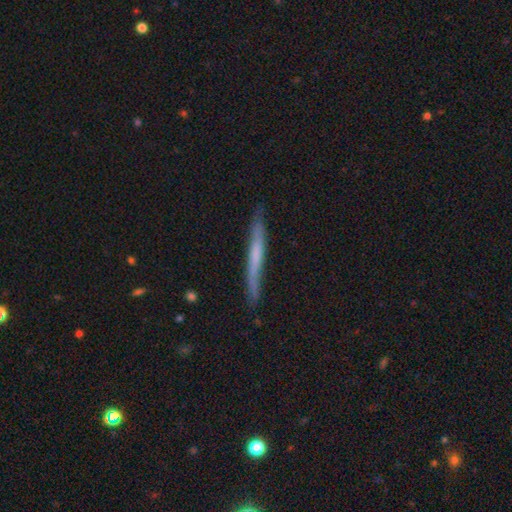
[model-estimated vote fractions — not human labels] Overall: featured or disk (49%; smooth 45%). Merging: none (82%).